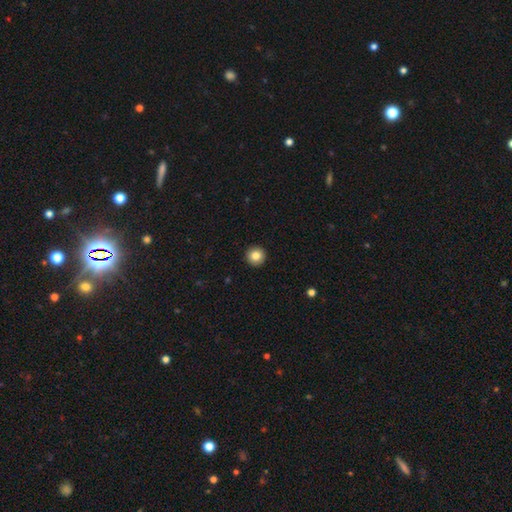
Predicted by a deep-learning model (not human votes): Smooth or featured?
  - smooth: 84% *
  - star or artifact: 9%
  - featured or disk: 6%
How rounded?
  - round: 96% *
  - in between: 3%
  - cigar-shaped: 1%
Merging?
  - none: 93% *
  - minor disturbance: 4%
  - major disturbance: 1%
  - merger: 1%